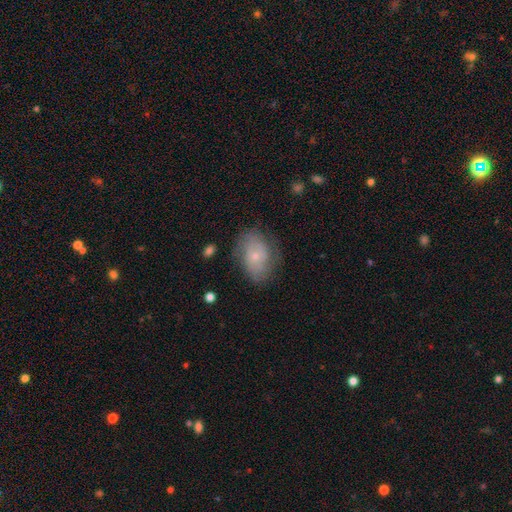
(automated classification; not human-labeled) Smooth or featured? featured or disk (52%)
Edge-on disk? no (96%)
Merging? none (69%)